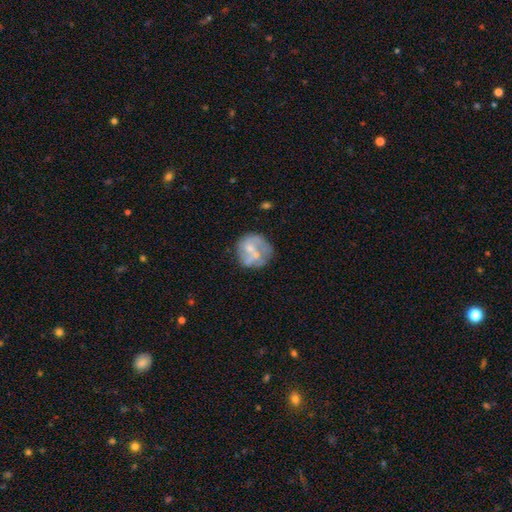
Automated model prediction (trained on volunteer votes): Smooth or featured? Predicted: featured or disk (p=0.57). Edge-on disk? Predicted: no (p=0.98). Bar? Predicted: no (p=0.66). Spiral arms? Predicted: no (p=0.57). Bulge size? Predicted: small (p=0.43). Merging? Predicted: none (p=0.54).